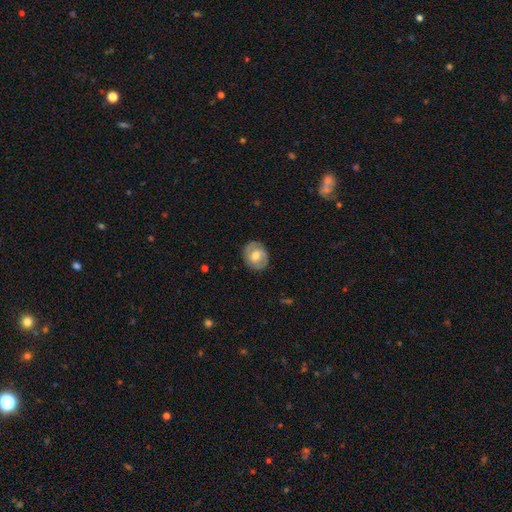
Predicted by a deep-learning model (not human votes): Smooth or featured: featured or disk — 54% (smooth — 39%)
Edge-on disk: no — 97% (yes — 3%)
Bar: no — 49% (weak — 40%)
Spiral arms: yes — 75% (no — 25%)
Bulge size: moderate — 69% (small — 22%)
Merging: none — 82% (minor disturbance — 13%)